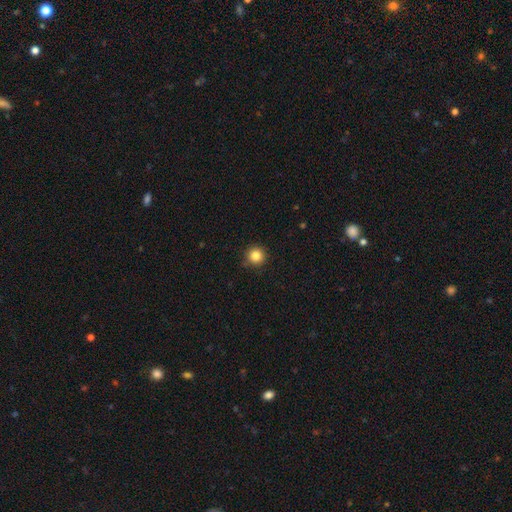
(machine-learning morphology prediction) This is clearly a smooth galaxy (85%). How rounded: clearly round (96%). Merging: clearly none (90%).